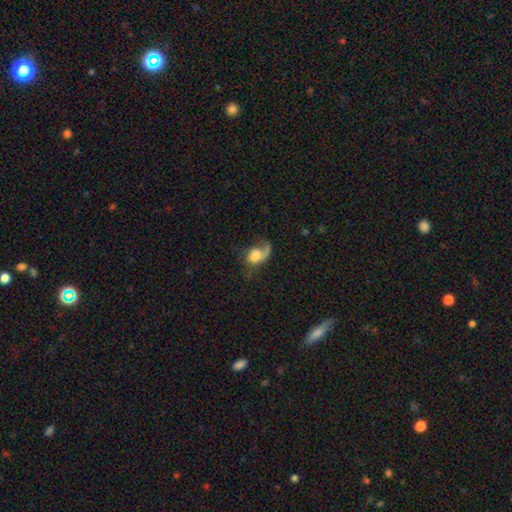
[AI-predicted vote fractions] Smooth or featured?
  - featured or disk: 50% *
  - smooth: 41%
  - star or artifact: 9%
Merging?
  - major disturbance: 44% *
  - none: 32%
  - minor disturbance: 19%
  - merger: 6%